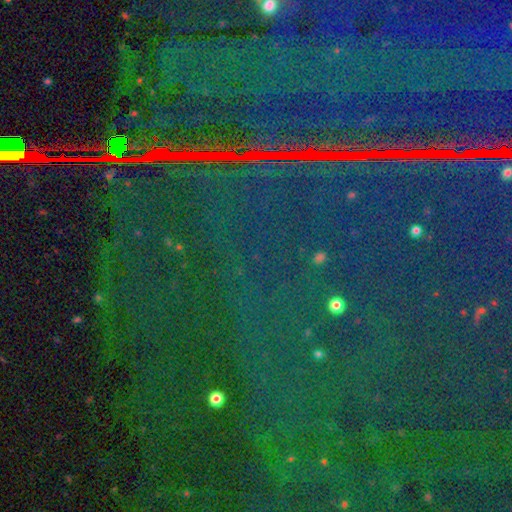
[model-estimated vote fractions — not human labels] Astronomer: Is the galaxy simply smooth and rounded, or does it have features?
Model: star or artifact — 86%.